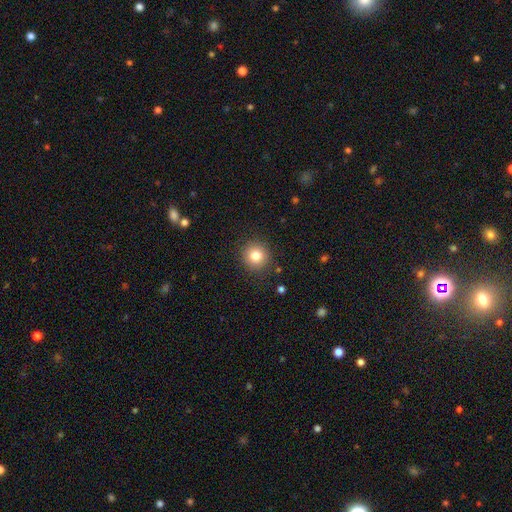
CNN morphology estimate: Smooth or featured? Predicted: smooth (p=0.82). How rounded? Predicted: round (p=0.92). Merging? Predicted: none (p=0.89).